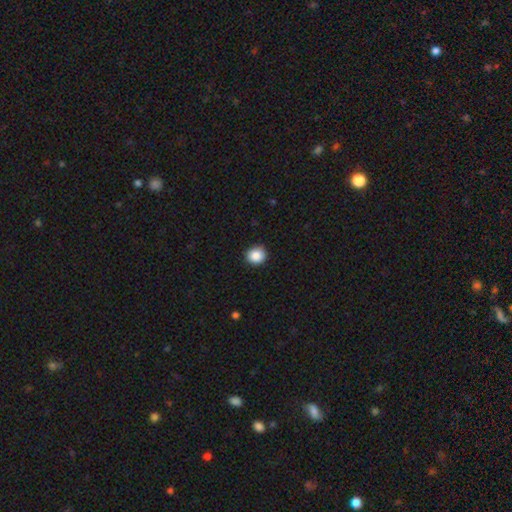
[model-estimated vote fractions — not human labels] smooth_or_featured: smooth (p=0.87) [alt: star or artifact p=0.09]
how_rounded: round (p=0.87) [alt: in between p=0.12]
merging: none (p=0.89) [alt: minor disturbance p=0.09]